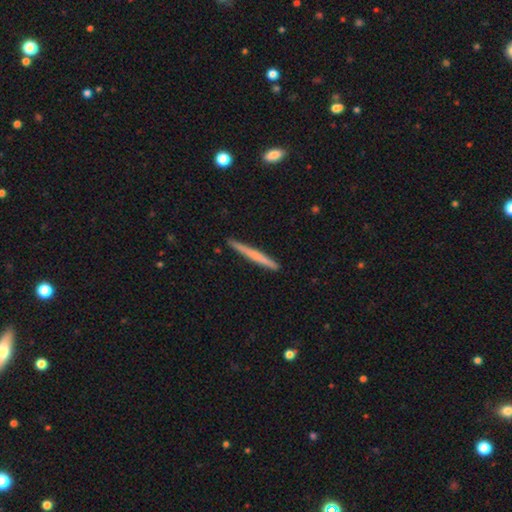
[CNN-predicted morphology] Smooth or featured? smooth (55%)
How rounded? cigar-shaped (97%)
Merging? none (91%)